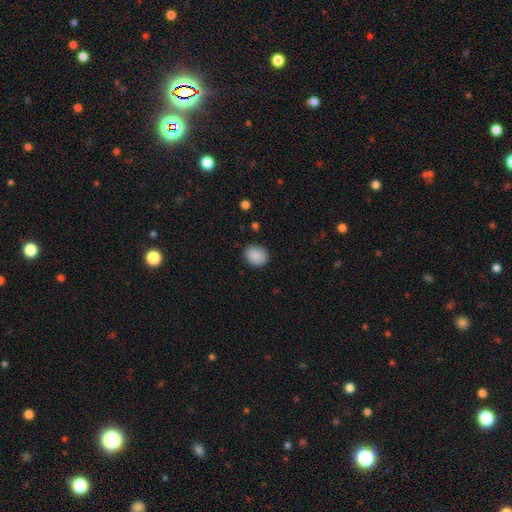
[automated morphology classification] Smooth or featured?
  - smooth: 89% *
  - star or artifact: 8%
  - featured or disk: 4%
How rounded?
  - round: 52% *
  - in between: 47%
  - cigar-shaped: 1%
Merging?
  - none: 86% *
  - minor disturbance: 11%
  - major disturbance: 2%
  - merger: 1%